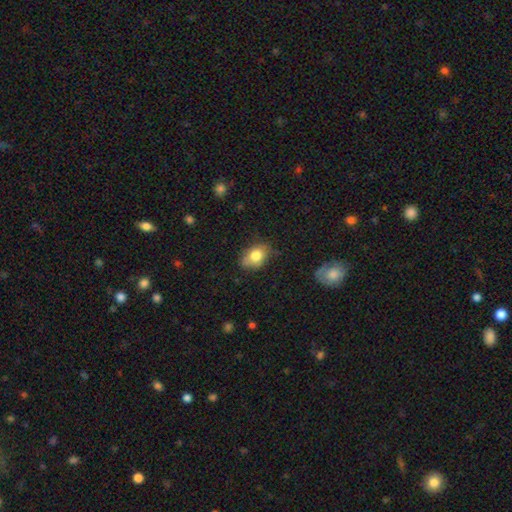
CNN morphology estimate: Smooth or featured? Predicted: smooth (p=0.78). How rounded? Predicted: in between (p=0.76). Merging? Predicted: none (p=0.69).